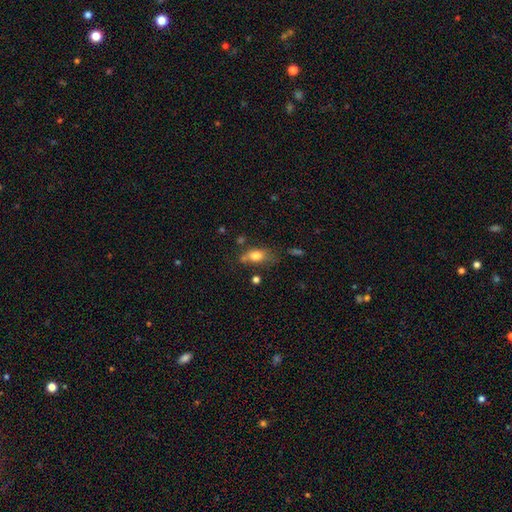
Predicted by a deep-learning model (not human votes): This appears to be a smooth galaxy with no disk features (77%) that is in between round and cigar-shaped (80%). Merging: none (48%).